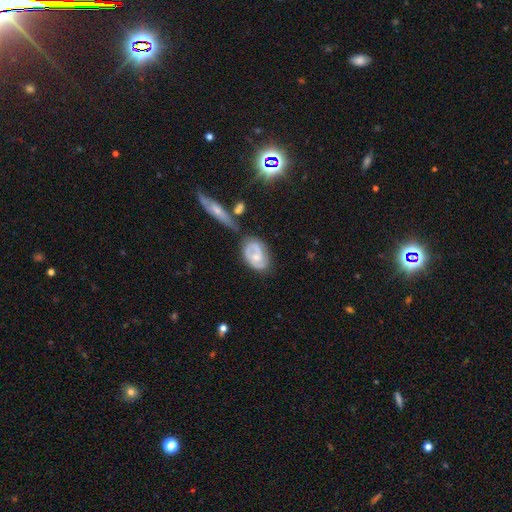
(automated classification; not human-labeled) Q: Smooth or featured?
A: featured or disk (62%); runner-up: smooth (32%)
Q: Edge-on disk?
A: no (95%); runner-up: yes (5%)
Q: Bar?
A: no (57%); runner-up: weak (34%)
Q: Spiral arms?
A: yes (75%); runner-up: no (25%)
Q: Bulge size?
A: moderate (45%); runner-up: small (44%)
Q: Merging?
A: none (54%); runner-up: minor disturbance (24%)